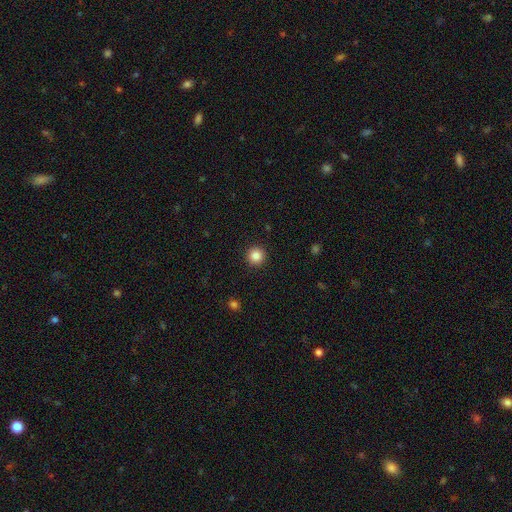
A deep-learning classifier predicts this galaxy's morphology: Smooth or featured?
  - smooth: 86% *
  - star or artifact: 10%
  - featured or disk: 4%
How rounded?
  - round: 96% *
  - in between: 3%
  - cigar-shaped: 1%
Merging?
  - none: 93% *
  - minor disturbance: 5%
  - major disturbance: 2%
  - merger: 1%